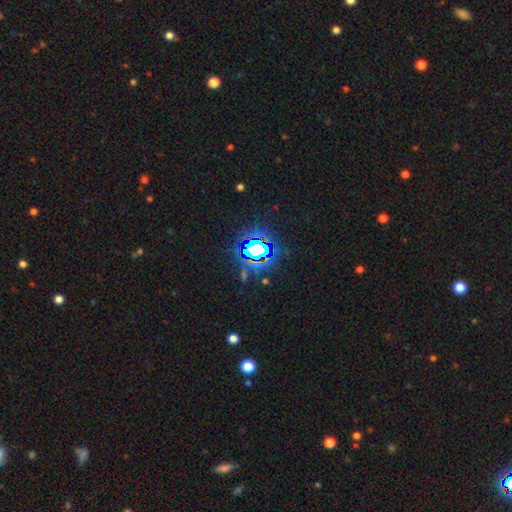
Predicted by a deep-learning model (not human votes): Smooth or featured: star or artifact — 70% (smooth — 16%)